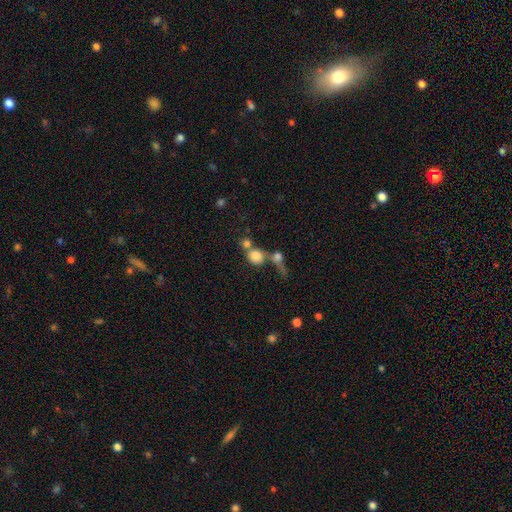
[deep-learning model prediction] Smooth or featured?
  - smooth: 78% *
  - featured or disk: 11%
  - star or artifact: 11%
How rounded?
  - round: 80% *
  - in between: 18%
  - cigar-shaped: 2%
Merging?
  - merger: 49% *
  - none: 36%
  - minor disturbance: 8%
  - major disturbance: 7%